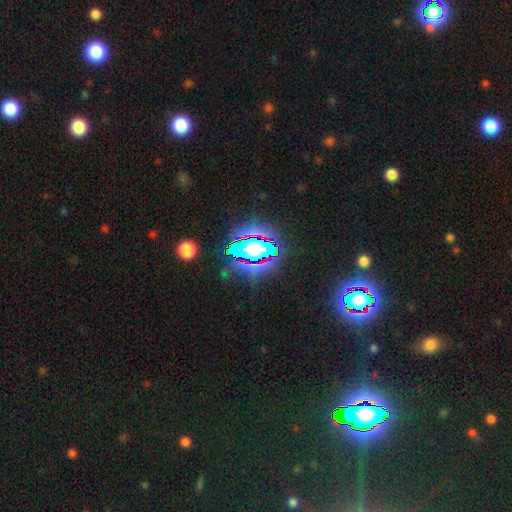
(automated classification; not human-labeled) A star or artifact, not a galaxy (80%).